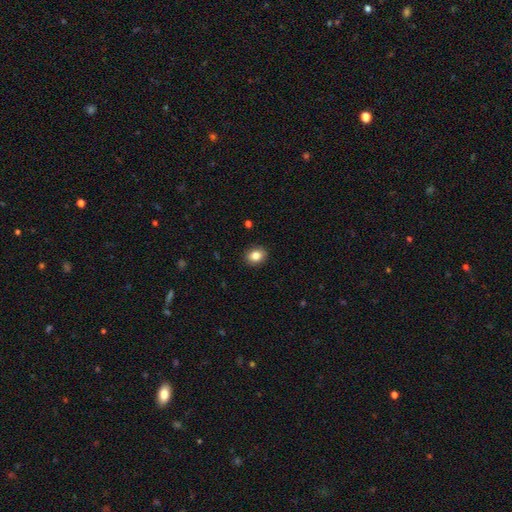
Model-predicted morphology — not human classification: The model was most divided on "how rounded": in between: 52%, round: 47%, cigar-shaped: 1%. More confident: merging — none (90%); smooth or featured — smooth (84%).